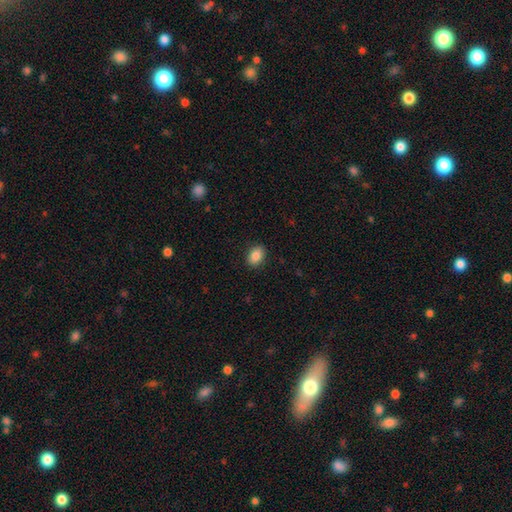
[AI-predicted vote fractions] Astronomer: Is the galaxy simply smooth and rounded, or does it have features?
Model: smooth — 87%.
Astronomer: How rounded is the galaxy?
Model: in between — 75%.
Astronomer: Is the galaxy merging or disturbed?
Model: none — 89%.